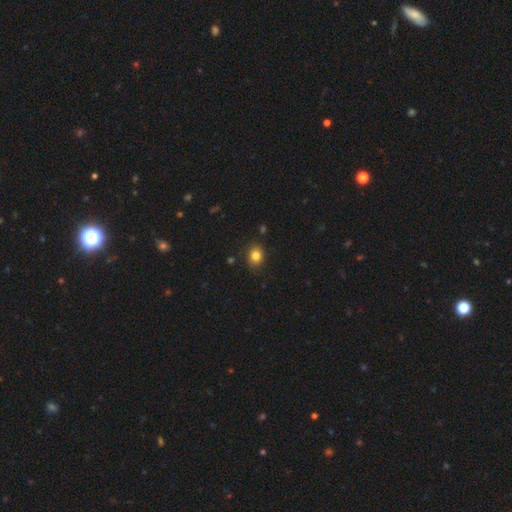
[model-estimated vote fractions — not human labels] Q: Smooth or featured?
A: smooth (83%); runner-up: star or artifact (11%)
Q: How rounded?
A: round (62%); runner-up: in between (37%)
Q: Merging?
A: none (85%); runner-up: minor disturbance (11%)